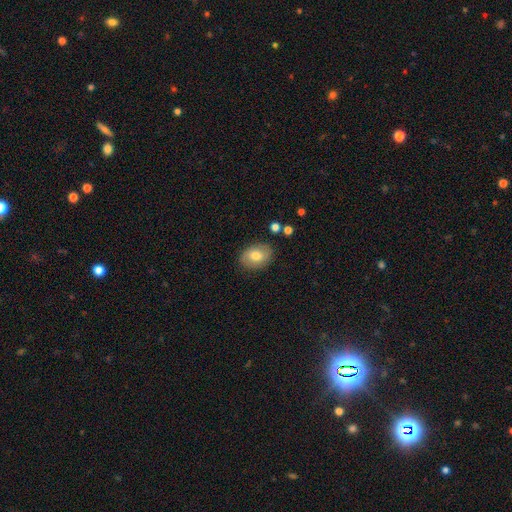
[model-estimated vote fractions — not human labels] smooth-or-featured: smooth: 74% | featured or disk: 18% | star or artifact: 8%
  how-rounded: in between: 77% | round: 22% | cigar-shaped: 1%
  merging: none: 85% | minor disturbance: 11% | major disturbance: 3% | merger: 2%